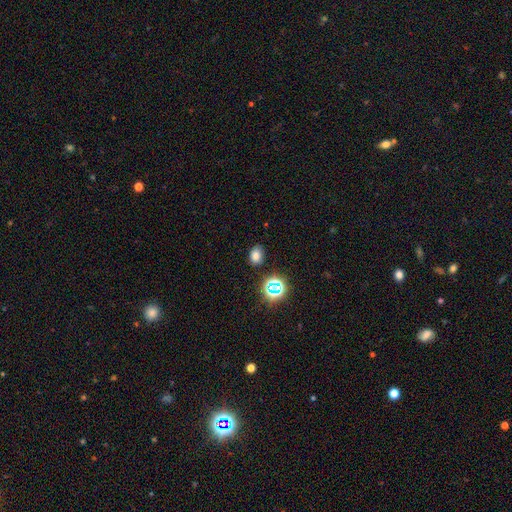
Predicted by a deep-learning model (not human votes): Smooth or featured? Predicted: smooth (p=0.73). How rounded? Predicted: in between (p=0.69). Merging? Predicted: none (p=0.84).